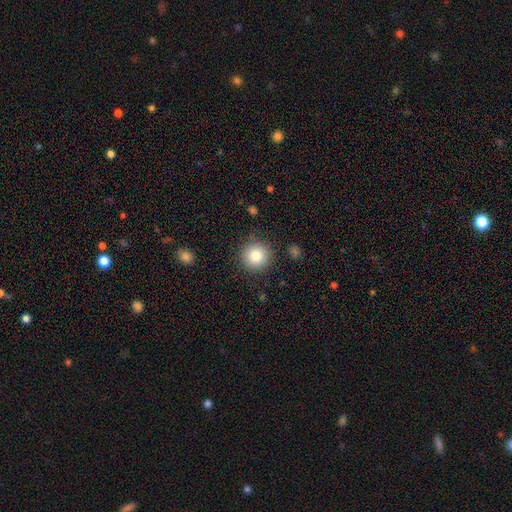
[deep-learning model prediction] smooth_or_featured: smooth (p=0.83) [alt: star or artifact p=0.10]
how_rounded: round (p=0.95) [alt: in between p=0.04]
merging: none (p=0.89) [alt: minor disturbance p=0.07]